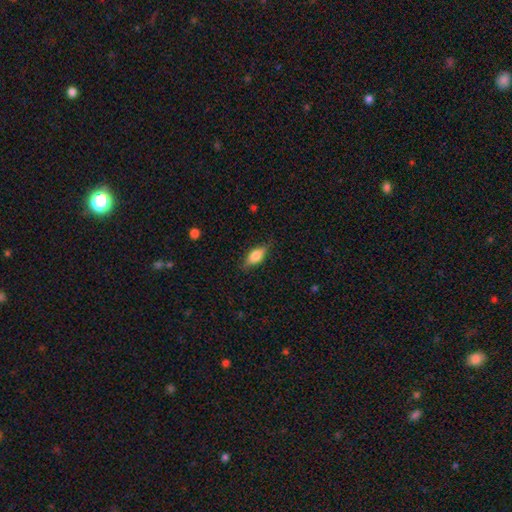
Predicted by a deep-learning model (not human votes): Morphology: type=smooth (75%); roundness=in between (80%); merging=none (79%).